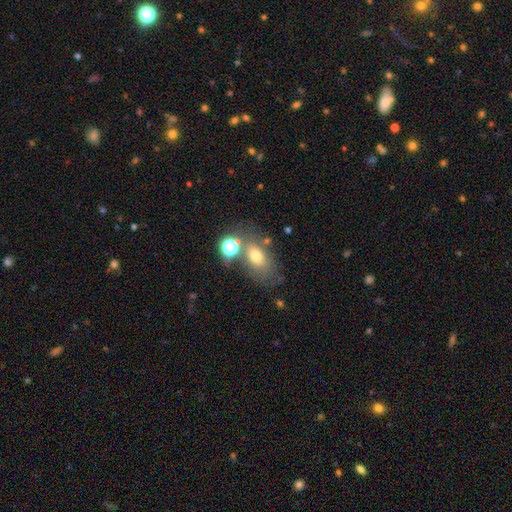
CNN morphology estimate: smooth_or_featured: smooth (p=0.61) [alt: featured or disk p=0.24]
how_rounded: in between (p=0.80) [alt: round p=0.18]
merging: none (p=0.52) [alt: merger p=0.19]